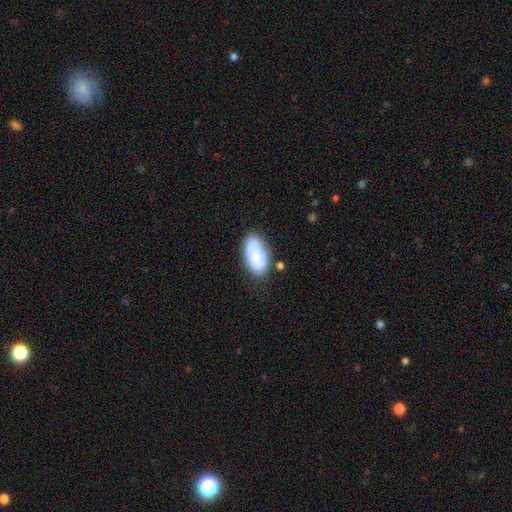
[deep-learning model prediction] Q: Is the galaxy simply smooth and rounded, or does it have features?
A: smooth — 75%.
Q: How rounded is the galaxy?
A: in between — 93%.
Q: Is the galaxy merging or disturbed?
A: none — 71%.